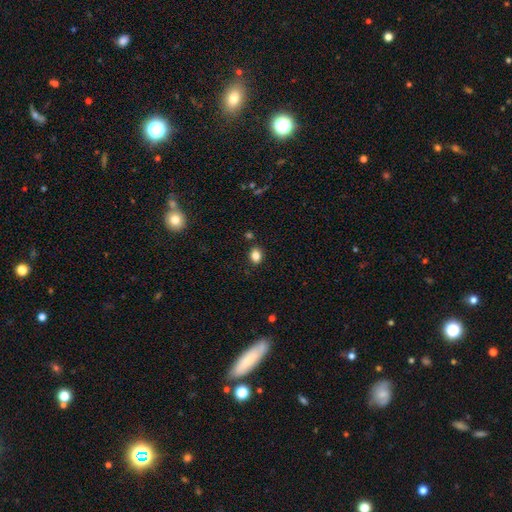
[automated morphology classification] type=smooth (84%); roundness=in between (68%); merging=none (84%).